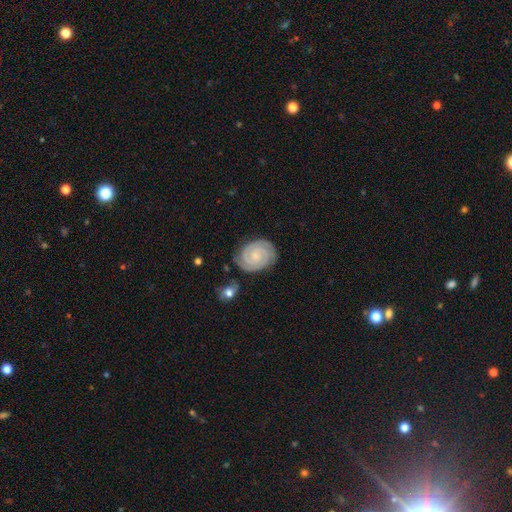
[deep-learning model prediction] Smooth or featured: featured or disk — 84% (smooth — 10%)
Edge-on disk: no — 98% (yes — 2%)
Bar: no — 67% (weak — 27%)
Spiral arms: yes — 98% (no — 2%)
Spiral winding: tight — 80% (medium — 17%)
Spiral arm count: 2 — 55% (3 — 21%)
Bulge size: small — 67% (moderate — 21%)
Merging: none — 80% (minor disturbance — 14%)